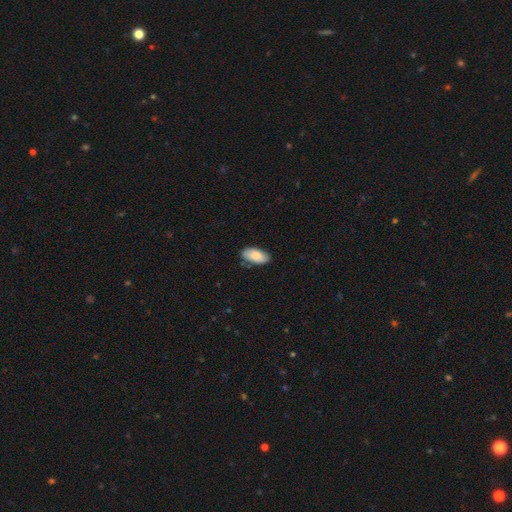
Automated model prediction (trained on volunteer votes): Overall: smooth (83%). How rounded: in between (94%). Merging: none (81%).